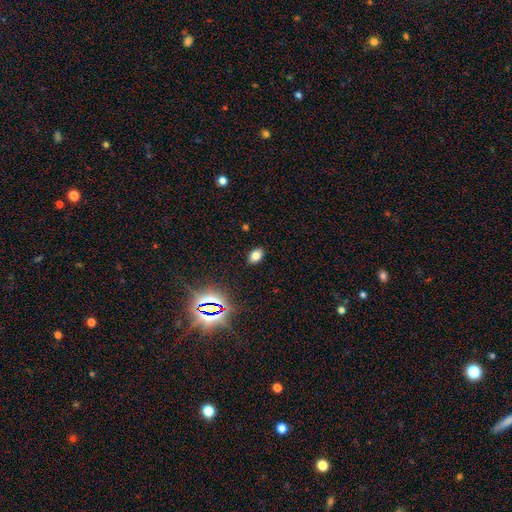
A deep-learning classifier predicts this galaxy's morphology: The model was most divided on "smooth or featured": smooth: 74%, star or artifact: 17%, featured or disk: 8%. More confident: merging — none (88%); how rounded — in between (81%).